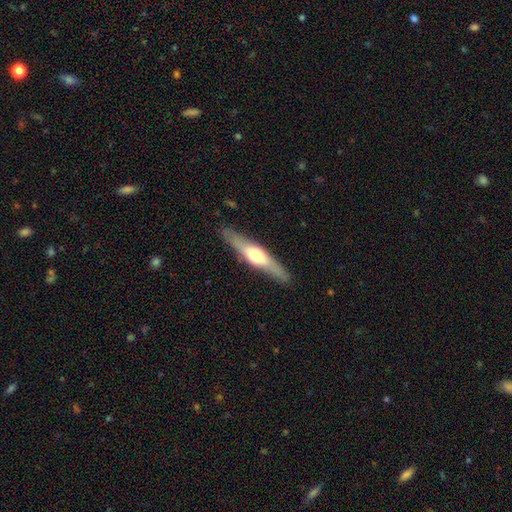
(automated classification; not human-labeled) Overall: featured or disk (61%; smooth 35%). Edge-on disk: yes (91%). Edge-on bulge: rounded (84%). Merging: none (87%).